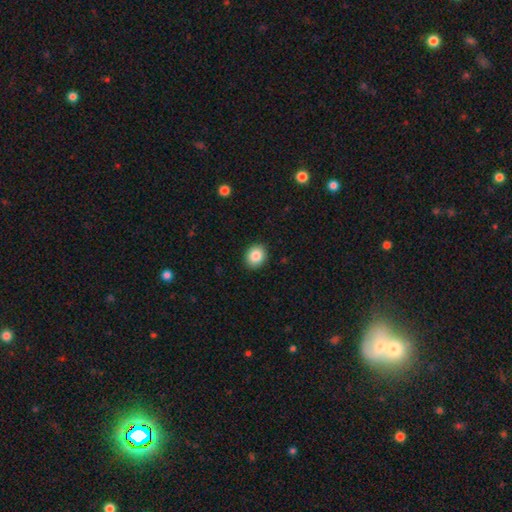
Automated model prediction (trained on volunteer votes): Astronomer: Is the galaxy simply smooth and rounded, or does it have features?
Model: smooth — 86%.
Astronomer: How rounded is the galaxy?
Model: round — 58% (runner-up: in between, 41%).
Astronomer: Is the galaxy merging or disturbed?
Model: none — 91%.